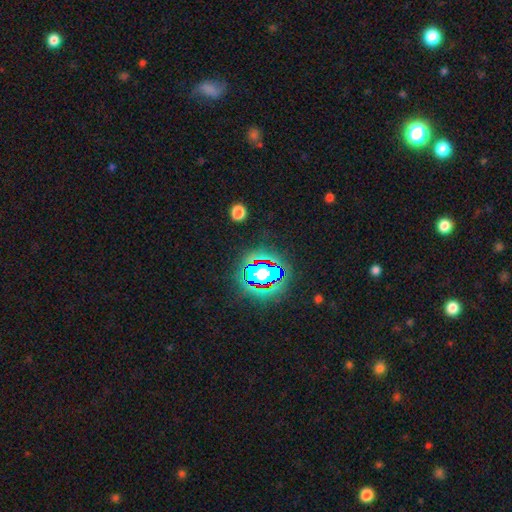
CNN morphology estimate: type=star or artifact (79%).